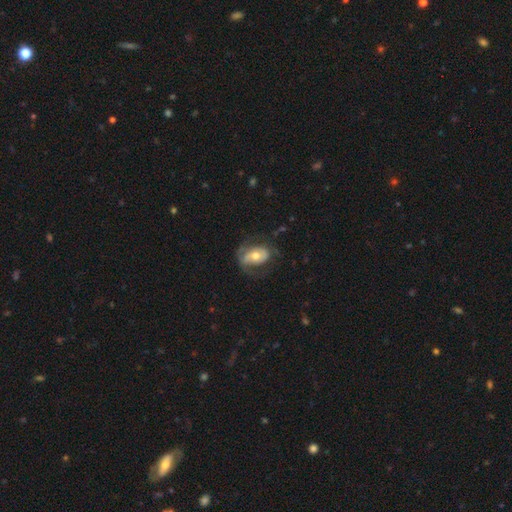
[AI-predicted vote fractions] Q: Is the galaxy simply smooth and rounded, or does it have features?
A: featured or disk — 55%.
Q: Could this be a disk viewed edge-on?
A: no — 94%.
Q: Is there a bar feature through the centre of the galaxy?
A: no — 57%.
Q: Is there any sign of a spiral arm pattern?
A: yes — 59%.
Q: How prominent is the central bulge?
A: moderate — 67%.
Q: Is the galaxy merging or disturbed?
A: none — 52%.